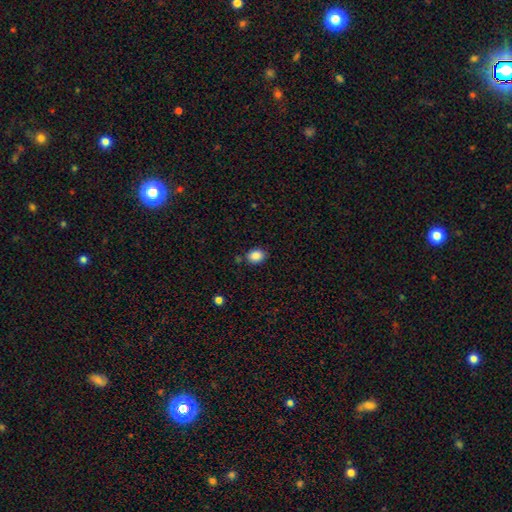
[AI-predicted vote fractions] Morphology: type=smooth (87%); roundness=in between (52%); merging=none (81%).